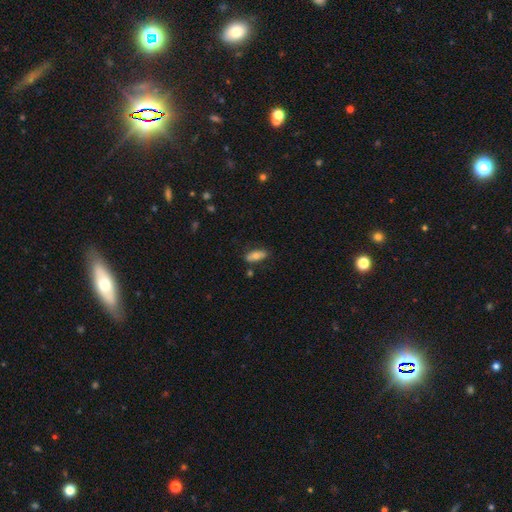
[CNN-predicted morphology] type=smooth (67%); roundness=in between (83%); merging=none (76%).